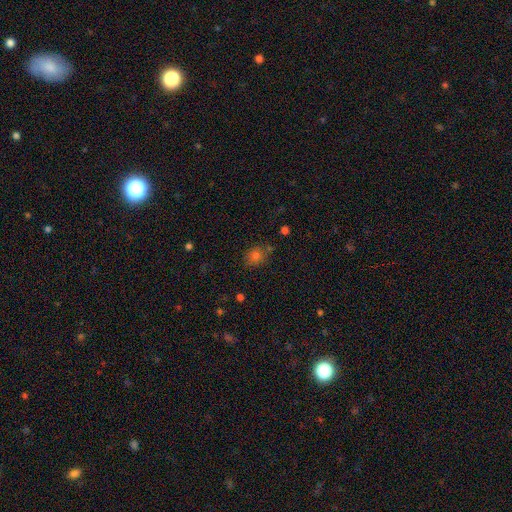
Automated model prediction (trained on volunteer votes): The model was most divided on "how rounded": round: 65%, in between: 34%, cigar-shaped: 1%. More confident: merging — none (78%); smooth or featured — smooth (72%).